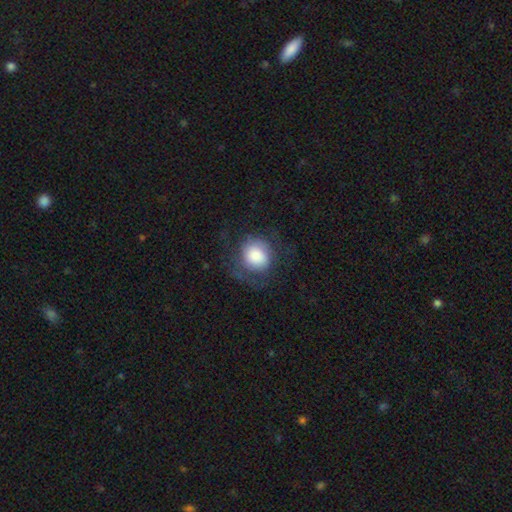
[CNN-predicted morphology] type=smooth (58%); roundness=round (78%); merging=none (58%).